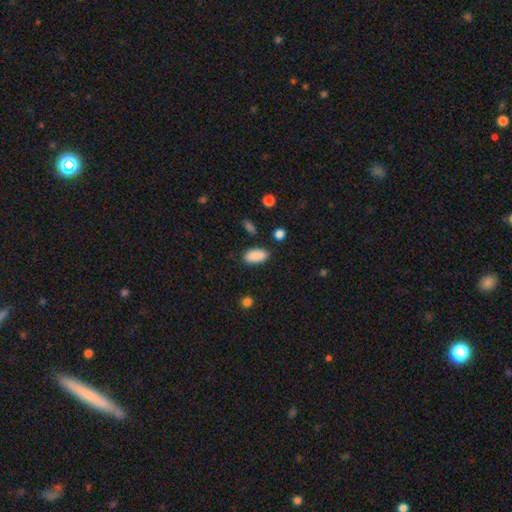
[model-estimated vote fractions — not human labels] Q: Smooth or featured?
A: smooth (89%); runner-up: star or artifact (8%)
Q: How rounded?
A: in between (93%); runner-up: cigar-shaped (4%)
Q: Merging?
A: none (85%); runner-up: minor disturbance (10%)